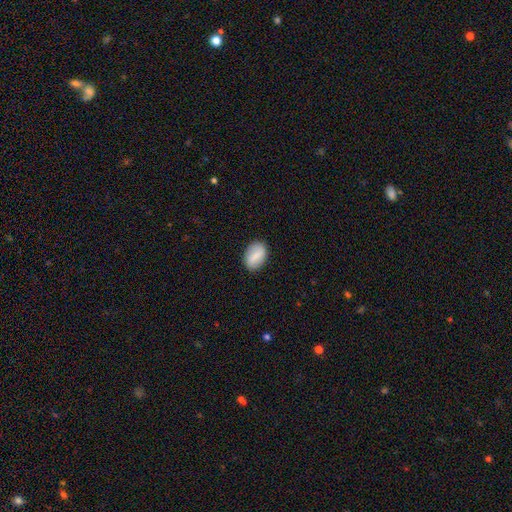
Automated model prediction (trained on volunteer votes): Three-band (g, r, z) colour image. It shows a smooth galaxy with no disk features (74%) that is in between round and cigar-shaped (84%). Merging: none (85%).